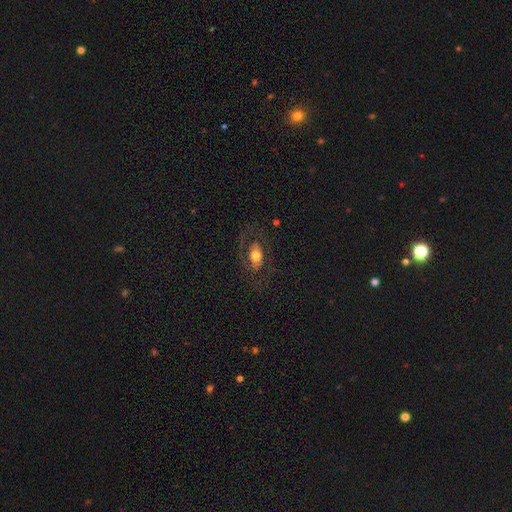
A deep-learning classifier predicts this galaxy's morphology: Q: Smooth or featured?
A: smooth (48%); runner-up: featured or disk (44%)
Q: Merging?
A: none (67%); runner-up: major disturbance (16%)